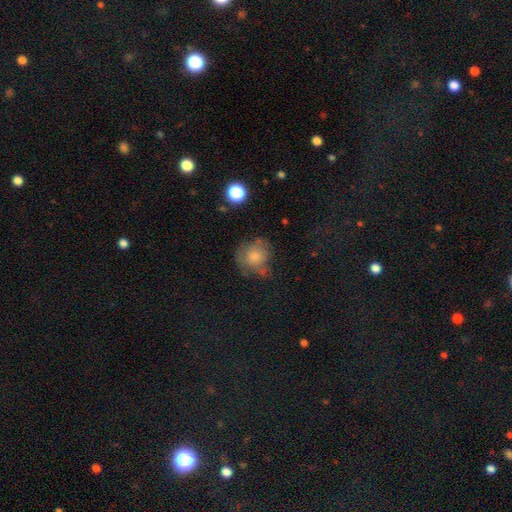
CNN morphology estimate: Overall: smooth (60%; featured or disk 23%). How rounded: round (82%). Merging: none (54%; minor disturbance 26%).